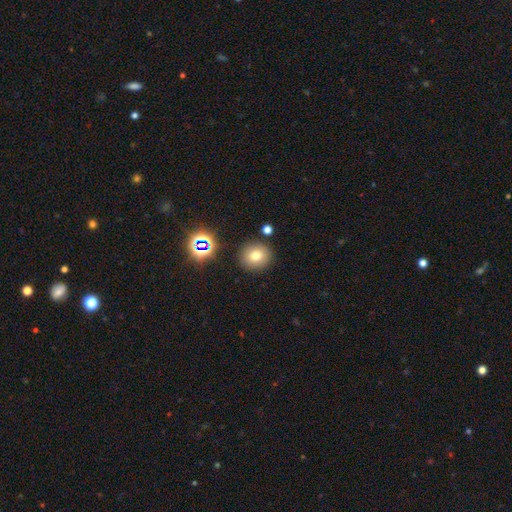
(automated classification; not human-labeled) This is likely a smooth galaxy (73%). How rounded: clearly round (86%). Merging: clearly none (86%).